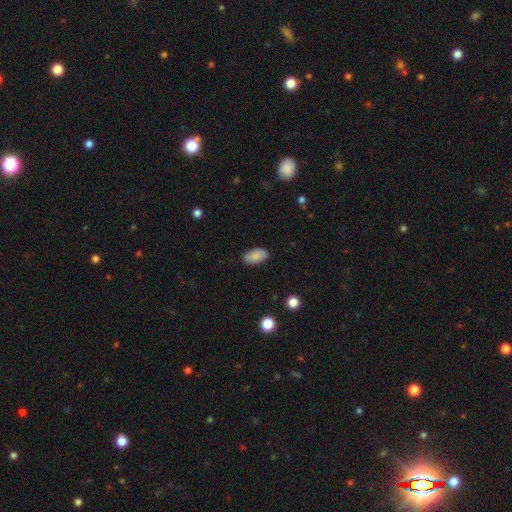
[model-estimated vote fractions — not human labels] smooth_or_featured: smooth (p=0.86) [alt: star or artifact p=0.07]
how_rounded: in between (p=0.94) [alt: round p=0.03]
merging: none (p=0.86) [alt: minor disturbance p=0.10]